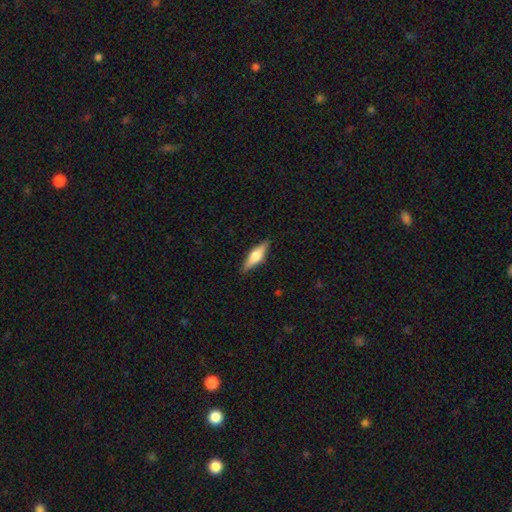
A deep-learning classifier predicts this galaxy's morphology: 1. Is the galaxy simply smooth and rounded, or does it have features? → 48% smooth, 47% featured or disk, 6% star or artifact.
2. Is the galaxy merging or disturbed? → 88% none, 9% minor disturbance, 2% major disturbance, 1% merger.